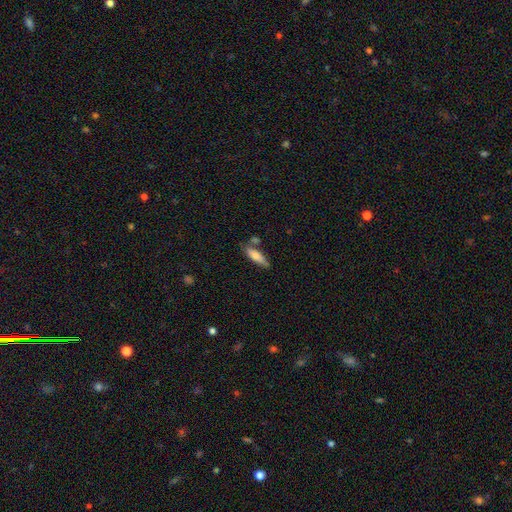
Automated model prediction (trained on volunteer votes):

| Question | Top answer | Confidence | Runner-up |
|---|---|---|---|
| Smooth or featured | smooth | 71% | featured or disk (22%) |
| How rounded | cigar-shaped | 55% | in between (43%) |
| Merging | none | 62% | minor disturbance (19%) |